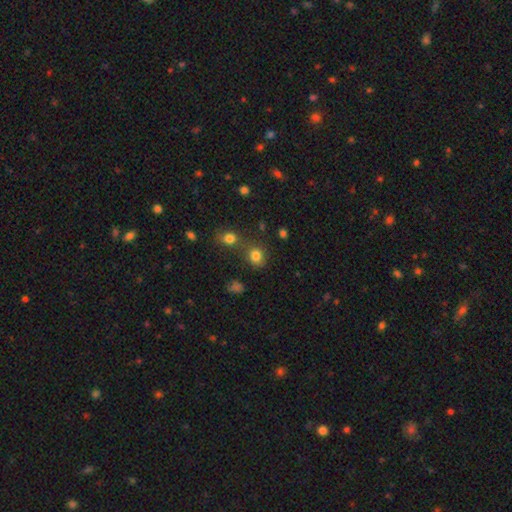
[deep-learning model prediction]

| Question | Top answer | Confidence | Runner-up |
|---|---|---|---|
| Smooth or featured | smooth | 80% | star or artifact (14%) |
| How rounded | round | 73% | in between (26%) |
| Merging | none | 65% | merger (20%) |